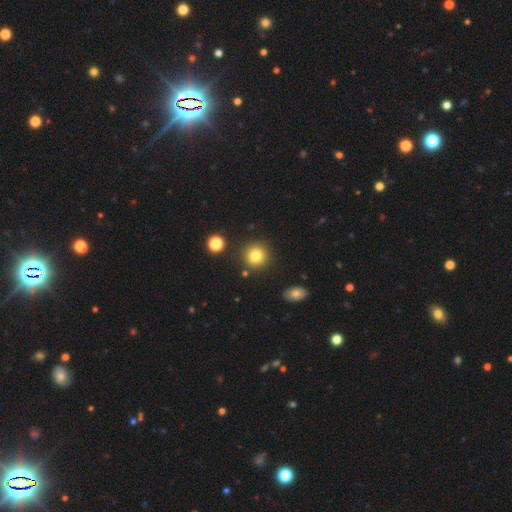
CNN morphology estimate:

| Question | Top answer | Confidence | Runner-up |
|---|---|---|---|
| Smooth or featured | smooth | 81% | star or artifact (11%) |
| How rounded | round | 92% | in between (7%) |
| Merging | none | 86% | minor disturbance (7%) |